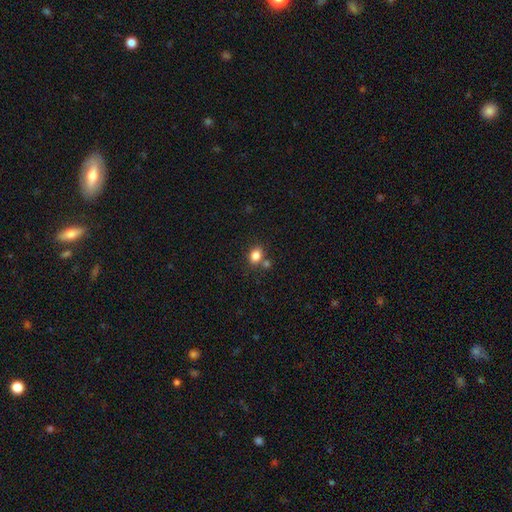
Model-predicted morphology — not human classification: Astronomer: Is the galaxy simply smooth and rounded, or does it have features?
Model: smooth — 84%.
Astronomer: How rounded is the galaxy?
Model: in between — 58% (runner-up: round, 41%).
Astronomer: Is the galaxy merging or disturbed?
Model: none — 66%.